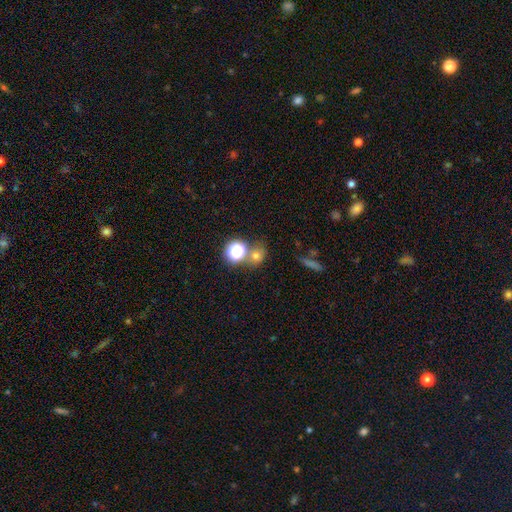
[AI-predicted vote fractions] Smooth or featured: smooth — 67% (star or artifact — 24%)
How rounded: round — 77% (in between — 21%)
Merging: none — 60% (merger — 26%)